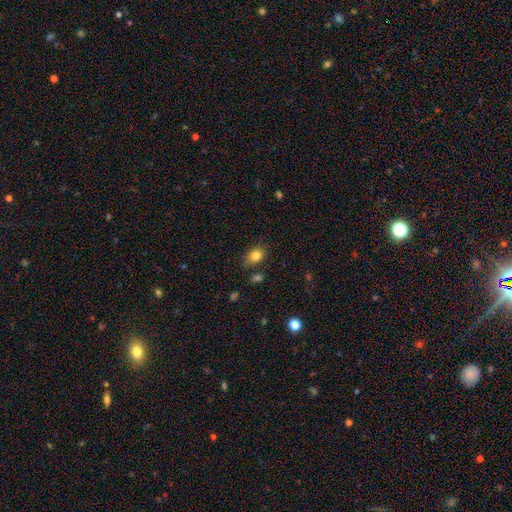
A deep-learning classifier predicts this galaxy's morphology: Smooth or featured?
  - smooth: 83% *
  - star or artifact: 10%
  - featured or disk: 7%
How rounded?
  - in between: 64% *
  - round: 34%
  - cigar-shaped: 1%
Merging?
  - none: 73% *
  - minor disturbance: 19%
  - merger: 4%
  - major disturbance: 4%